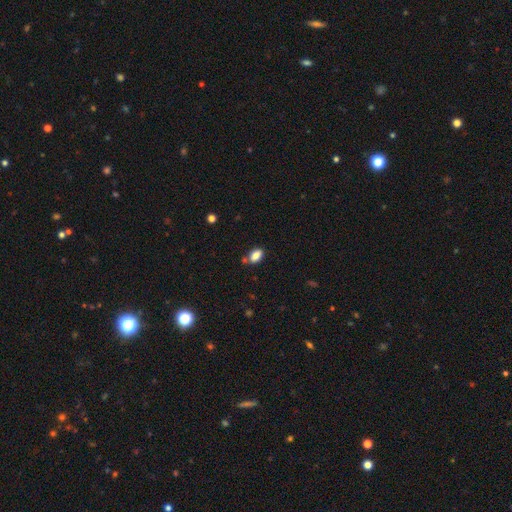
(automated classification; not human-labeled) smooth 84%, star or artifact 9%, featured or disk 7%. Down the decision tree: how rounded — in between (89%); merging — none (69%).